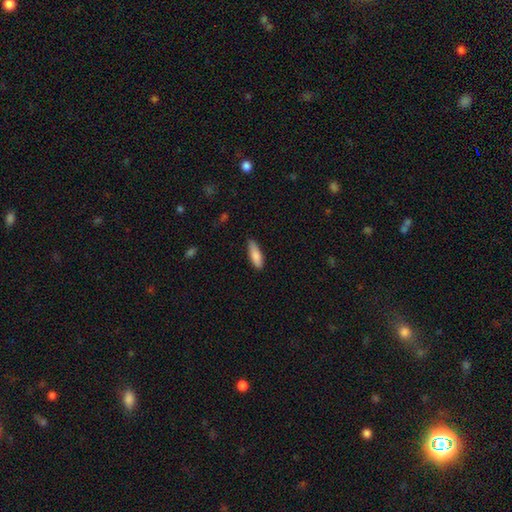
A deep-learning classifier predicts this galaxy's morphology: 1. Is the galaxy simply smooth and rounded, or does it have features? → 85% smooth, 9% featured or disk, 6% star or artifact.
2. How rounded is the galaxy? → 55% in between, 43% cigar-shaped, 2% round.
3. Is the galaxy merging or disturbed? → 77% none, 20% minor disturbance, 3% major disturbance, 1% merger.